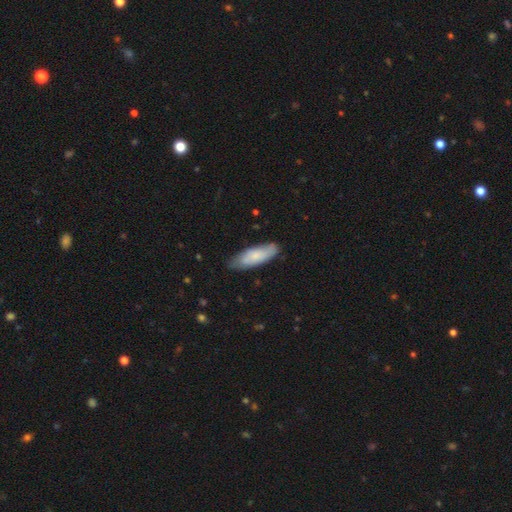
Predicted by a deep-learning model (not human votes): Smooth or featured?
  - smooth: 72% *
  - featured or disk: 22%
  - star or artifact: 6%
How rounded?
  - in between: 58% *
  - cigar-shaped: 40%
  - round: 2%
Merging?
  - none: 77% *
  - minor disturbance: 19%
  - major disturbance: 3%
  - merger: 1%